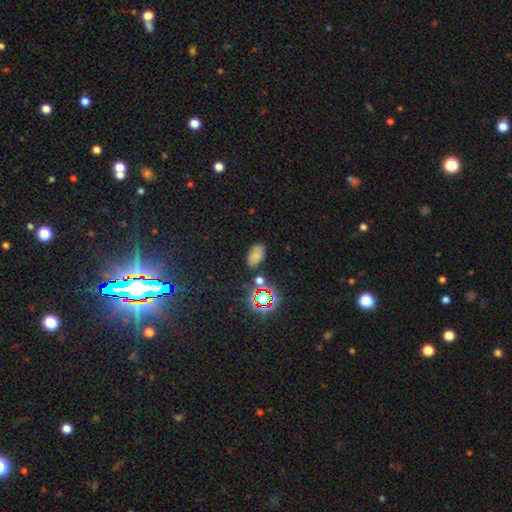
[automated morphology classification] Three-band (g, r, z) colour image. It shows a smooth galaxy with no disk features (68%) that is in between round and cigar-shaped (92%). Merging: none (77%).